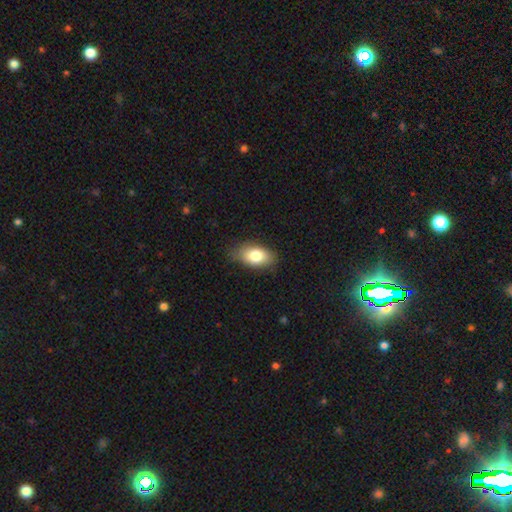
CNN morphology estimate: Q: Smooth or featured?
A: smooth (80%); runner-up: featured or disk (12%)
Q: How rounded?
A: in between (90%); runner-up: round (7%)
Q: Merging?
A: none (77%); runner-up: minor disturbance (18%)